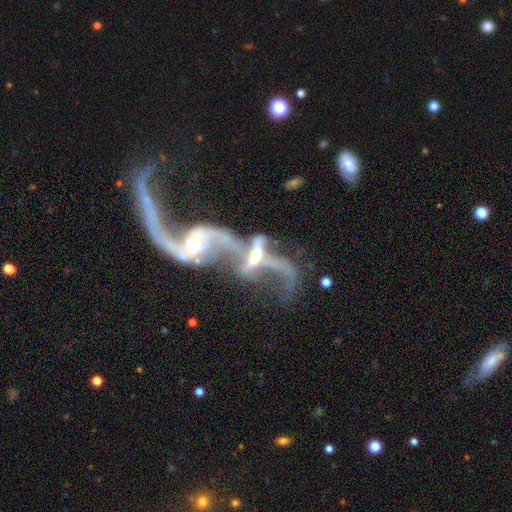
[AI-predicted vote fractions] A featured or disk galaxy (78%) with no bar (50%), 2 (67%) loose (89%) spiral arms (77%) and a small central bulge (44%). Merging: merger (53%).